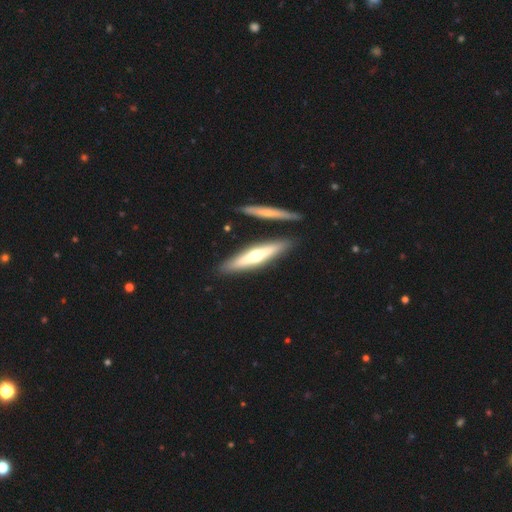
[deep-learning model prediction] A featured or disk galaxy (56%) viewed edge-on (91%) with a rounded central bulge (90%).

Vote fractions:
- Smooth or featured? featured or disk: 56% / smooth: 39% / star or artifact: 5%
- Edge-on disk? yes: 91% / no: 9%
- Edge-on bulge? rounded: 90% / none: 7% / boxy: 3%
- Merging? none: 85% / minor disturbance: 8% / merger: 5% / major disturbance: 2%